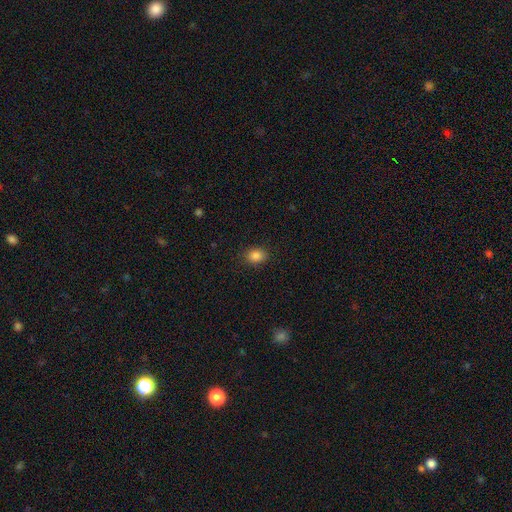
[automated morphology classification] smooth 85%, star or artifact 11%, featured or disk 5%. Down the decision tree: how rounded — in between (60%); merging — none (88%).